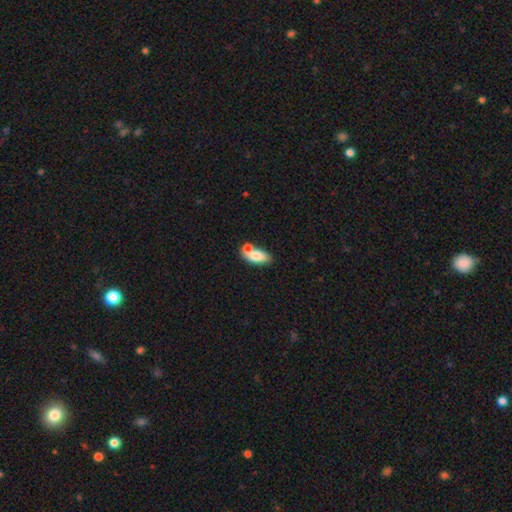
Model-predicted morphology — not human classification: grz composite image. It shows a smooth galaxy with no disk features (75%) that is in between round and cigar-shaped (86%). Merging: none (42%).